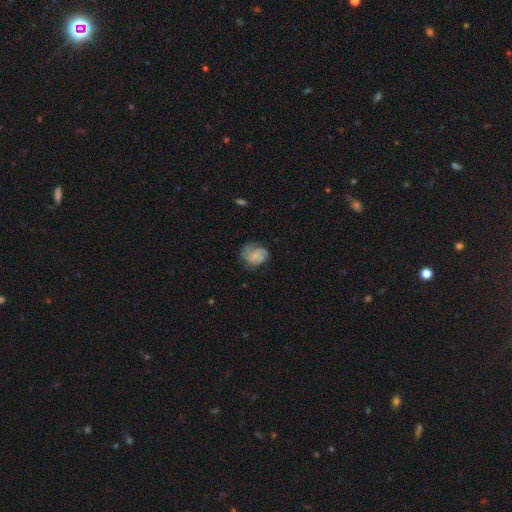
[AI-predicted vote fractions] Smooth or featured: featured or disk — 49% (smooth — 42%)
Merging: none — 59% (minor disturbance — 24%)